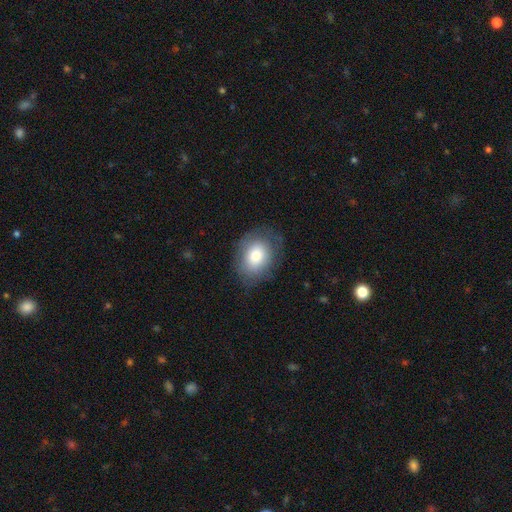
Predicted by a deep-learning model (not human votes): A smooth galaxy with no disk features (76%) that is in between round and cigar-shaped (62%). Merging: none (74%).